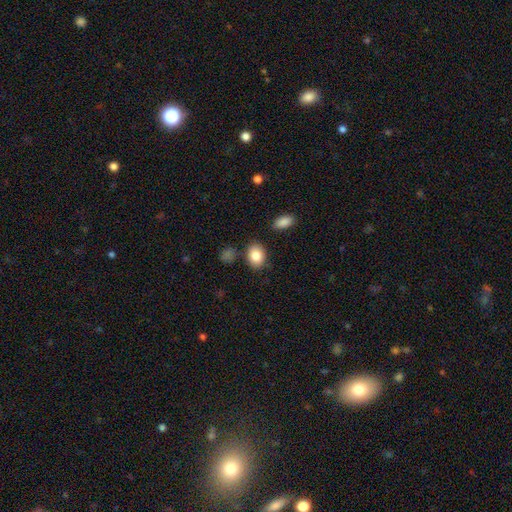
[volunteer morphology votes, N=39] Overall: smooth (90%). How rounded: in between (60%; round 40%). Merging: none (89%).